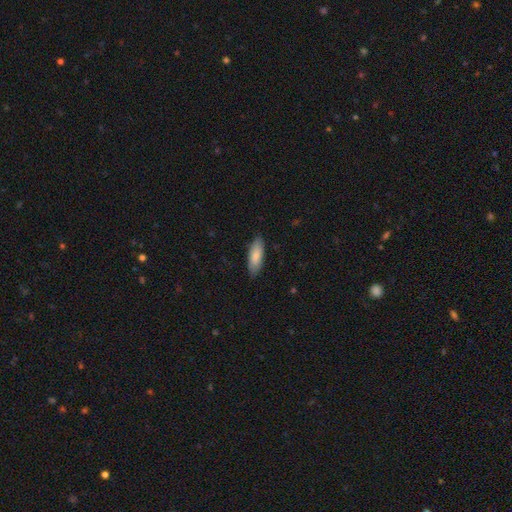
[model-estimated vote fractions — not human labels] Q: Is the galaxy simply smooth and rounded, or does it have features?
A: smooth — 81%.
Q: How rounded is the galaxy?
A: in between — 64%.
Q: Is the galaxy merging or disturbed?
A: none — 84%.